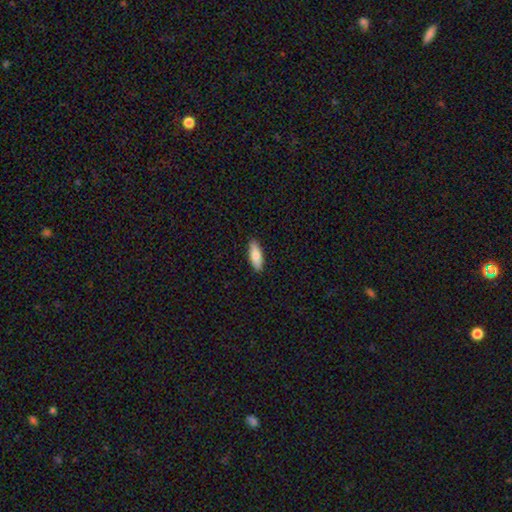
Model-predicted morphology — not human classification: This appears to be a smooth galaxy with no disk features (86%) that is in between round and cigar-shaped (61%). Merging: none (90%).